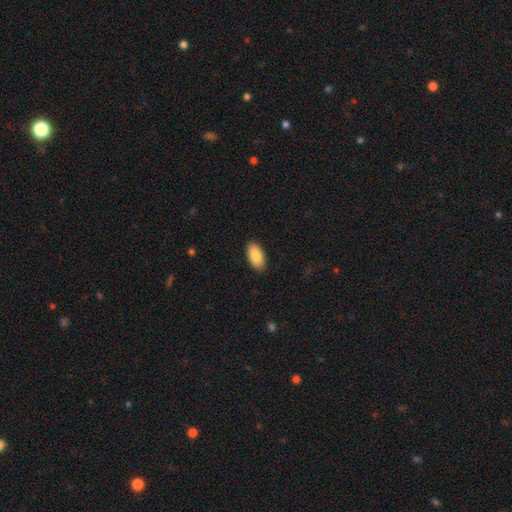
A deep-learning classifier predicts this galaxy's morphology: Smooth or featured? Predicted: smooth (p=0.87). How rounded? Predicted: in between (p=0.94). Merging? Predicted: none (p=0.90).